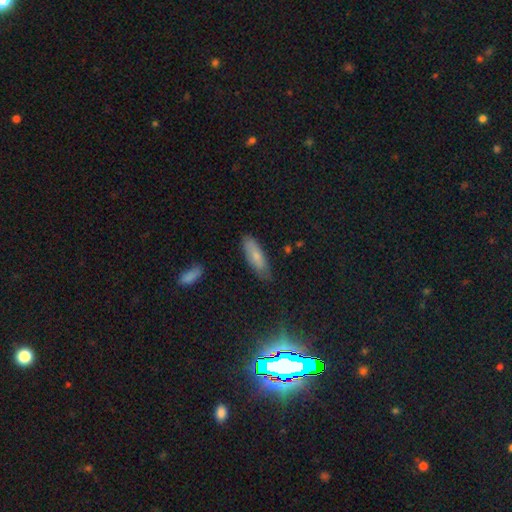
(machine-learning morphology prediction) This appears to be a smooth galaxy with no disk features (75%) that is in between round and cigar-shaped (54%). Merging: none (75%).